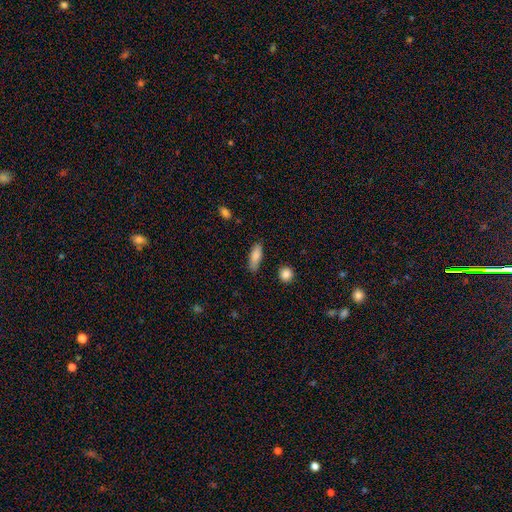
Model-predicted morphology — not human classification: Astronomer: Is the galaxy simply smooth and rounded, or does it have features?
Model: smooth — 84%.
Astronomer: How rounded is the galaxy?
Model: in between — 64%.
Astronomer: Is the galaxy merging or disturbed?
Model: none — 80%.